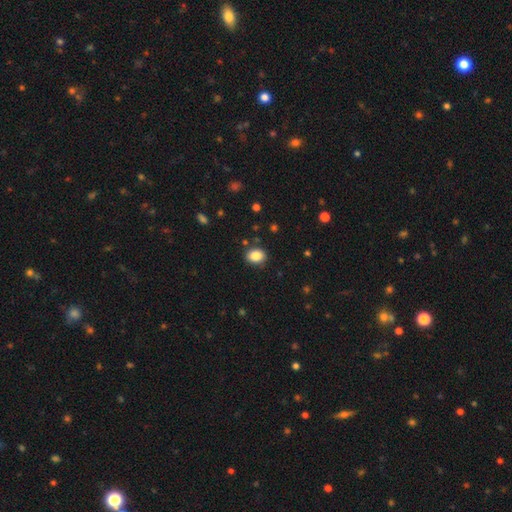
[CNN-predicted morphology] Smooth or featured?
  - smooth: 86% *
  - star or artifact: 9%
  - featured or disk: 5%
How rounded?
  - in between: 60% *
  - round: 39%
  - cigar-shaped: 1%
Merging?
  - none: 87% *
  - minor disturbance: 9%
  - major disturbance: 2%
  - merger: 2%